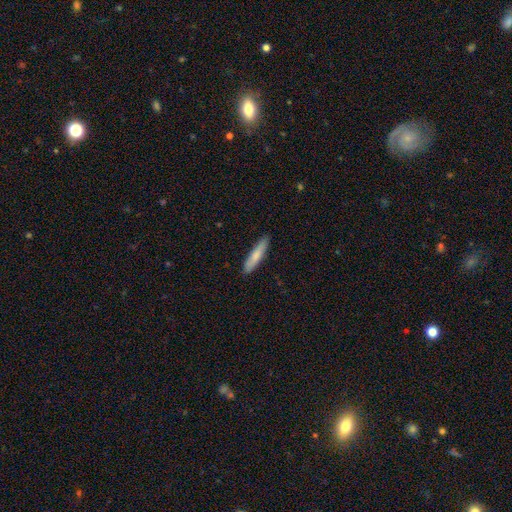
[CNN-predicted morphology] This appears to be a smooth galaxy with no disk features (77%) that is cigar-shaped (86%). Merging: none (88%).